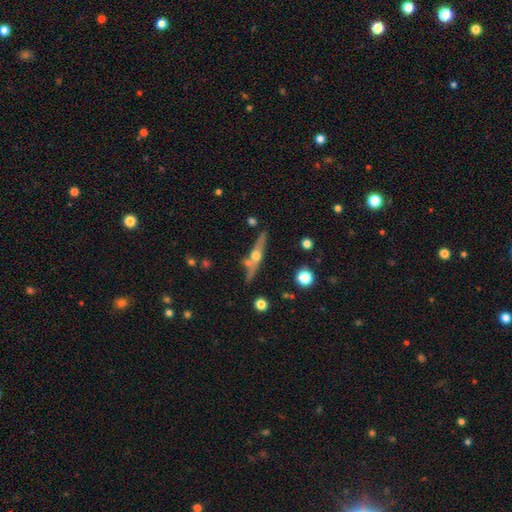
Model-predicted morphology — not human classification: Smooth or featured?
  - featured or disk: 70% *
  - smooth: 23%
  - star or artifact: 7%
Edge-on disk?
  - yes: 93% *
  - no: 7%
Edge-on bulge?
  - rounded: 93% *
  - none: 4%
  - boxy: 3%
Merging?
  - none: 73% *
  - minor disturbance: 13%
  - merger: 10%
  - major disturbance: 4%